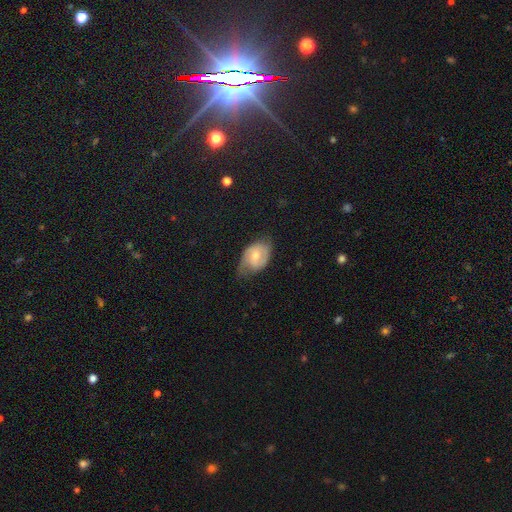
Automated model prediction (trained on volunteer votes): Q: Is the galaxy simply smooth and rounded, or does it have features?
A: featured or disk — 53%.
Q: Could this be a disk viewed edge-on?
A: no — 95%.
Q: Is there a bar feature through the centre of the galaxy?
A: no — 45%.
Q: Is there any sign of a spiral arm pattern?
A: yes — 76%.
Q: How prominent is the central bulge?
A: moderate — 61%.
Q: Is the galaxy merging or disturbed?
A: none — 52%.